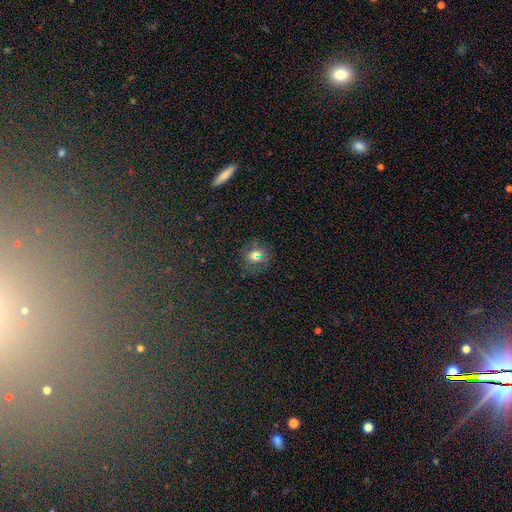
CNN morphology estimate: This is possibly a smooth galaxy (56%). How rounded: likely round (74%). Merging: likely none (78%).